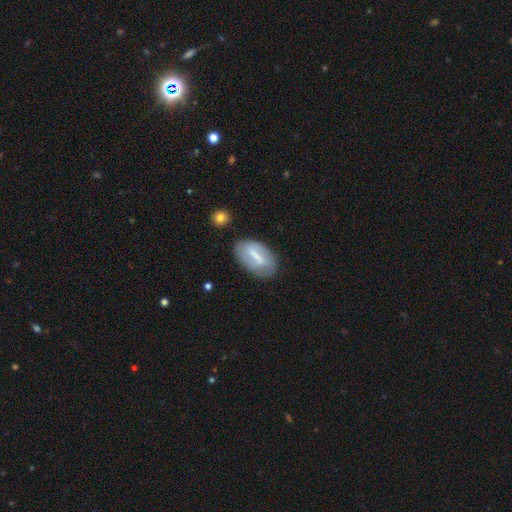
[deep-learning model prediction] Smooth or featured: featured or disk — 52% (smooth — 41%)
Edge-on disk: no — 93% (yes — 7%)
Merging: none — 72% (minor disturbance — 20%)